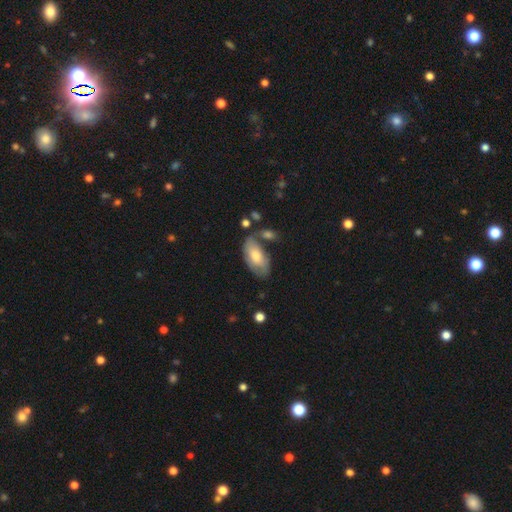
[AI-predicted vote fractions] smooth-or-featured: smooth: 68% | featured or disk: 26% | star or artifact: 6%
  how-rounded: in between: 93% | cigar-shaped: 4% | round: 3%
  merging: none: 55% | minor disturbance: 24% | merger: 13% | major disturbance: 9%